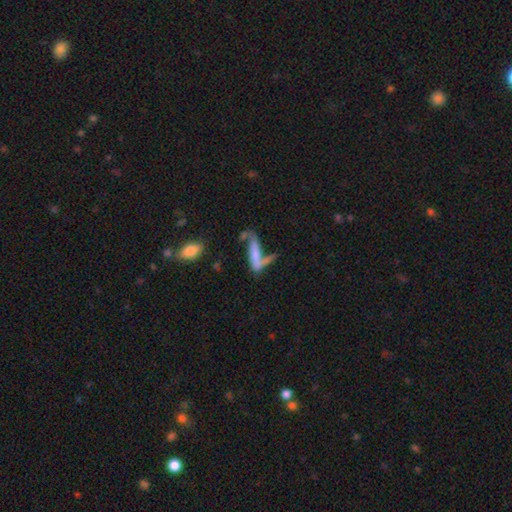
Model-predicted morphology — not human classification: Overall: smooth (53%; featured or disk 38%). How rounded: cigar-shaped (73%). Merging: none (35%; merger 27%).